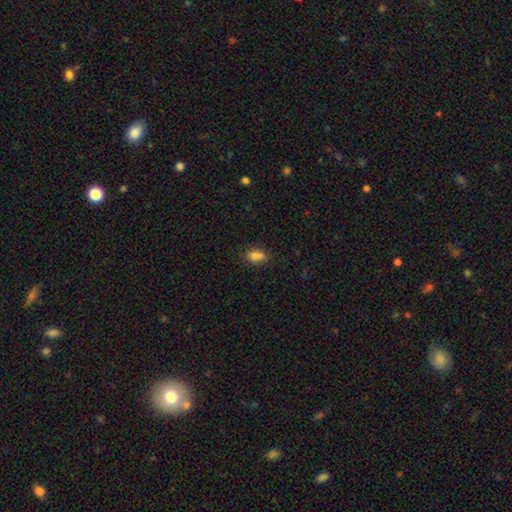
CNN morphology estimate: Smooth or featured? Predicted: smooth (p=0.82). How rounded? Predicted: in between (p=0.84). Merging? Predicted: none (p=0.76).